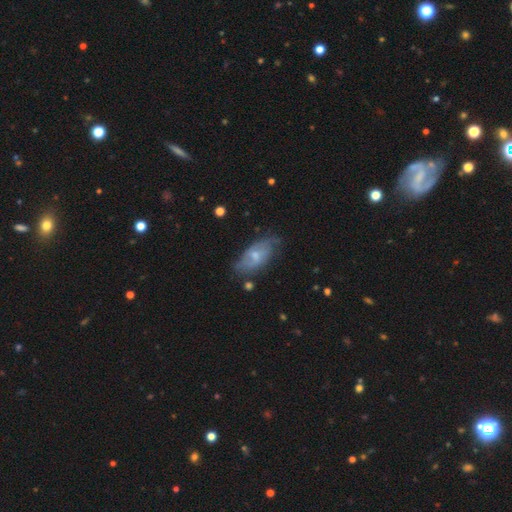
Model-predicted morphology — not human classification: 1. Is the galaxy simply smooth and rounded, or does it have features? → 55% featured or disk, 37% smooth, 7% star or artifact.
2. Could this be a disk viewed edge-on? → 89% no, 11% yes.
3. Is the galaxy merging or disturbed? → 61% none, 28% minor disturbance, 9% major disturbance, 3% merger.